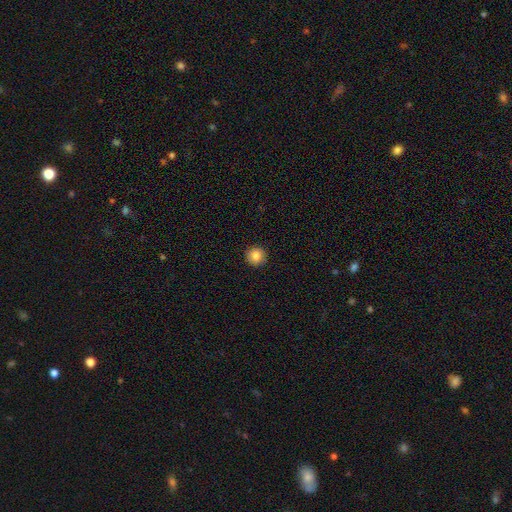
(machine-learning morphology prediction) This appears to be a smooth galaxy with no disk features (86%) that is round (95%). Merging: none (93%).